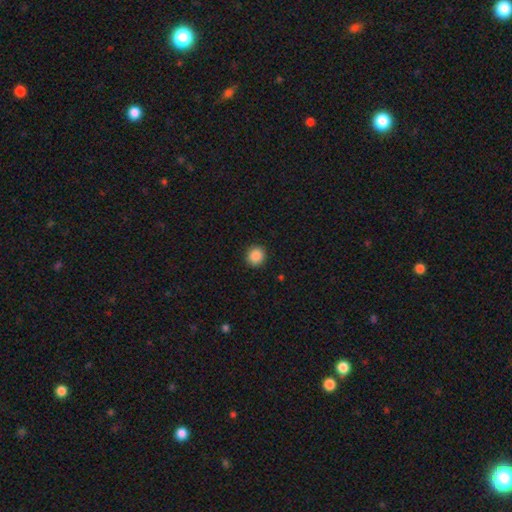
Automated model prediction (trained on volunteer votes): A smooth galaxy with no disk features (88%) that is round (91%). Merging: none (91%).